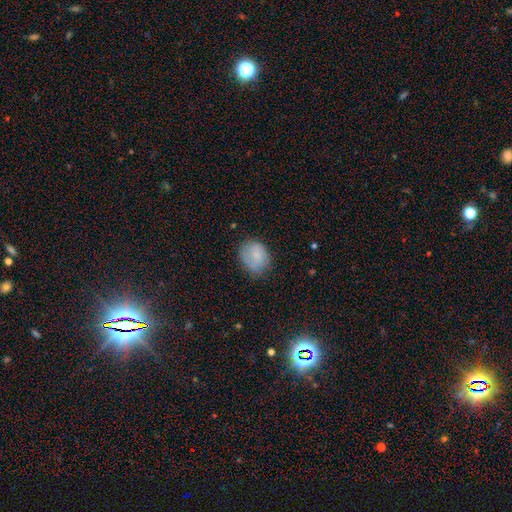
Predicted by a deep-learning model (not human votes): Overall: smooth (74%). How rounded: round (51%; in between 48%). Merging: none (67%).